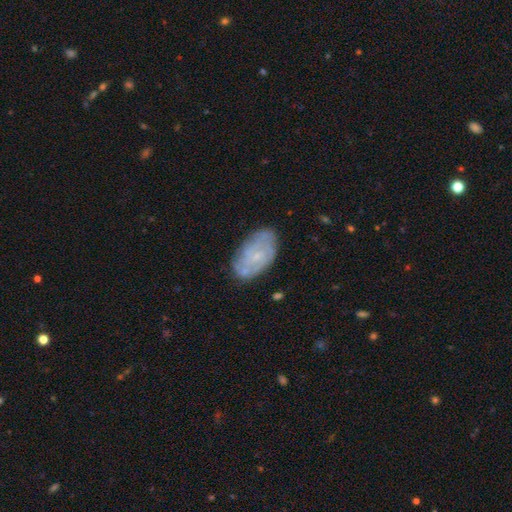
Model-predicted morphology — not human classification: The model was most divided on "bar": no: 65%, weak: 30%, strong: 5%. More confident: edge-on disk — no (96%); spiral arms — yes (77%); bulge size — small (72%); merging — none (72%); smooth or featured — featured or disk (65%).